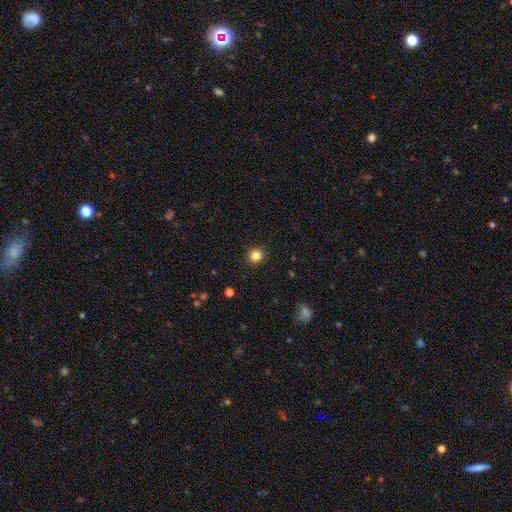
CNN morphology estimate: smooth_or_featured: smooth (p=0.83) [alt: star or artifact p=0.12]
how_rounded: round (p=0.90) [alt: in between p=0.09]
merging: none (p=0.92) [alt: minor disturbance p=0.05]